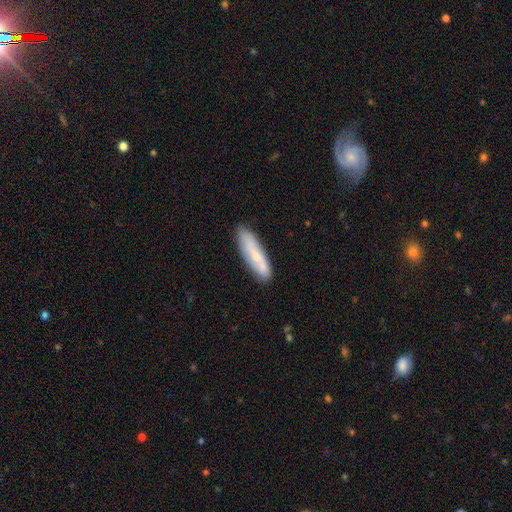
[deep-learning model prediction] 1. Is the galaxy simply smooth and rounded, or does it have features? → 59% smooth, 35% featured or disk, 6% star or artifact.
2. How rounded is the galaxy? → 71% cigar-shaped, 28% in between, 2% round.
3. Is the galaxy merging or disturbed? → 81% none, 14% minor disturbance, 3% major disturbance, 2% merger.